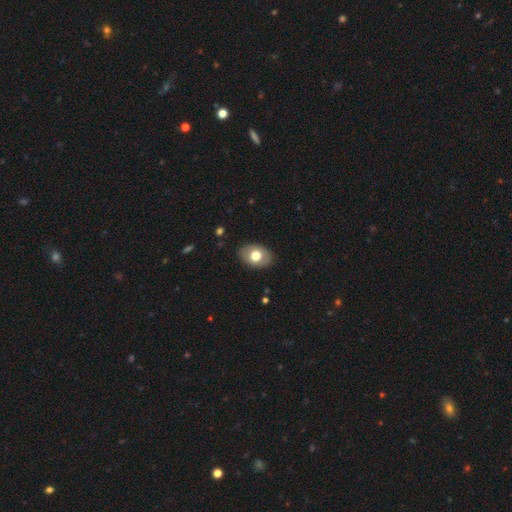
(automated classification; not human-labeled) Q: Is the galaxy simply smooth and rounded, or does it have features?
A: smooth — 69%.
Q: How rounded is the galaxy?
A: in between — 78%.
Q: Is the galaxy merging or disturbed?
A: none — 87%.